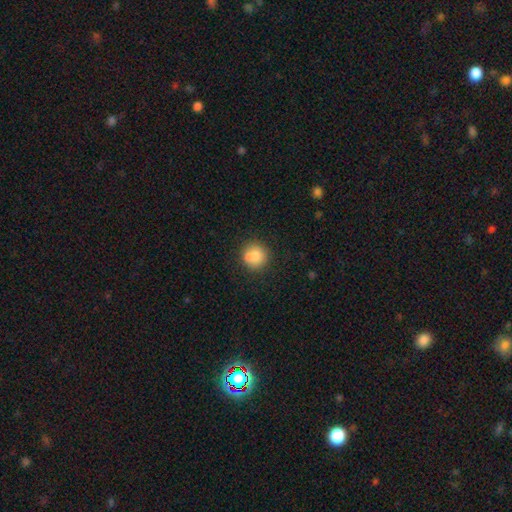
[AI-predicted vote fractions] A smooth galaxy with no disk features (77%) that is round (91%).

Vote fractions:
- Smooth or featured? smooth: 77% / featured or disk: 13% / star or artifact: 10%
- How rounded? round: 91% / in between: 8% / cigar-shaped: 1%
- Merging? none: 63% / merger: 21% / minor disturbance: 12% / major disturbance: 3%